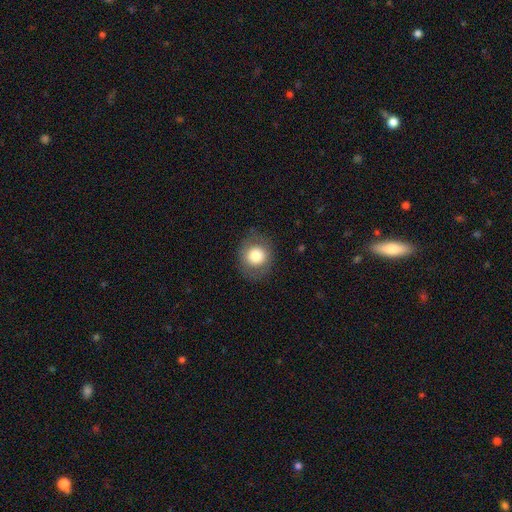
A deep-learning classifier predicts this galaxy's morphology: A smooth galaxy with no disk features (75%) that is round (82%).

Vote fractions:
- Smooth or featured? smooth: 75% / featured or disk: 16% / star or artifact: 8%
- How rounded? round: 82% / in between: 17% / cigar-shaped: 1%
- Merging? none: 83% / minor disturbance: 11% / major disturbance: 5% / merger: 1%